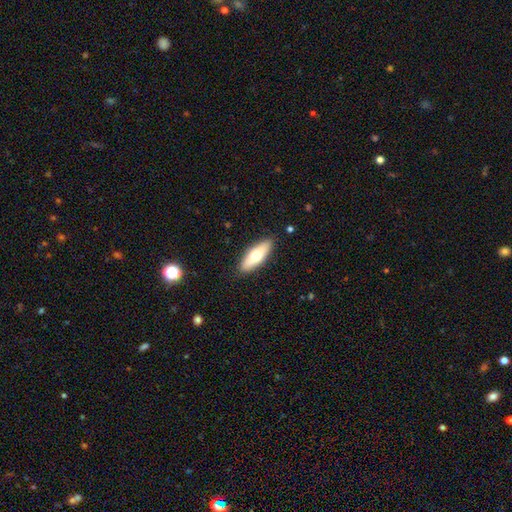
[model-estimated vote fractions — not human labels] Overall: smooth (61%; featured or disk 33%). How rounded: in between (64%; cigar-shaped 34%). Merging: none (88%).